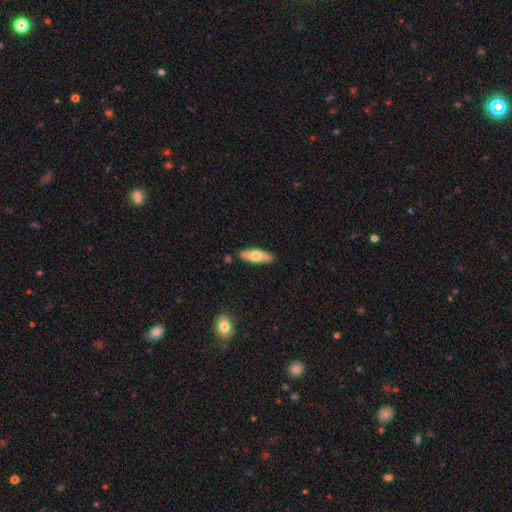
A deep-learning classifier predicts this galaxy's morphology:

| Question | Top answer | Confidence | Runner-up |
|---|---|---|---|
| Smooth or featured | smooth | 65% | featured or disk (30%) |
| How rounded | in between | 63% | cigar-shaped (35%) |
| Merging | none | 86% | minor disturbance (10%) |